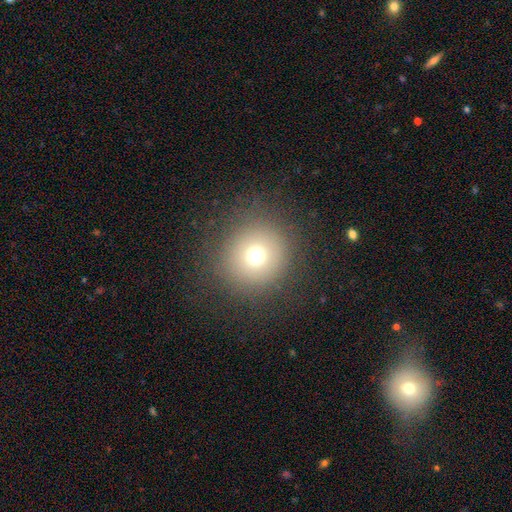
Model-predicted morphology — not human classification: The model was most divided on "smooth or featured": smooth: 70%, star or artifact: 18%, featured or disk: 11%. More confident: how rounded — round (94%); merging — none (86%).